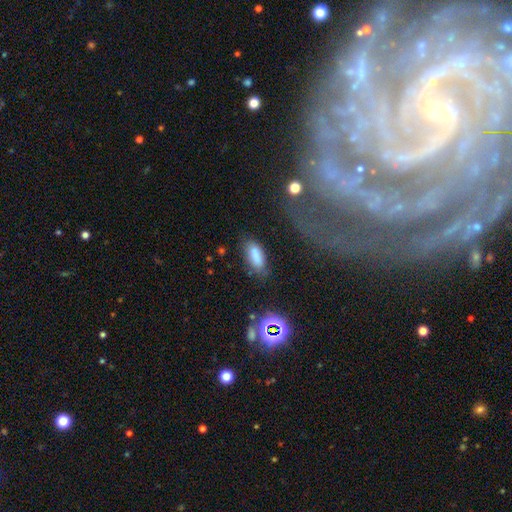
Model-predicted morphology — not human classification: The model was most divided on "merging": none: 71%, minor disturbance: 19%, major disturbance: 6%, merger: 4%. More confident: smooth or featured — smooth (83%); how rounded — in between (80%).